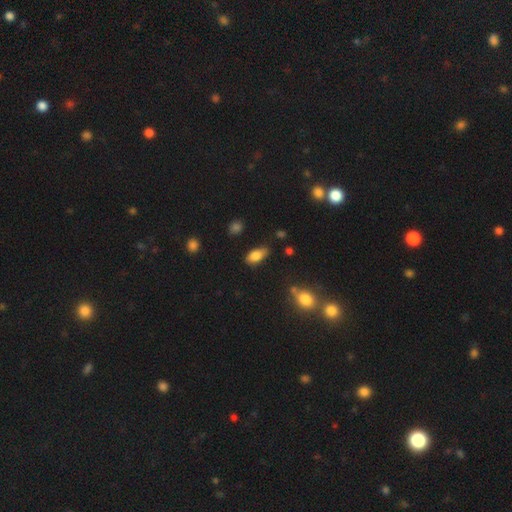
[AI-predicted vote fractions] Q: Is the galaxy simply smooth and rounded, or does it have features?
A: smooth — 81%.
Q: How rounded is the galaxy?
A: in between — 89%.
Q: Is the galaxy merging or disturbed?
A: none — 68%.